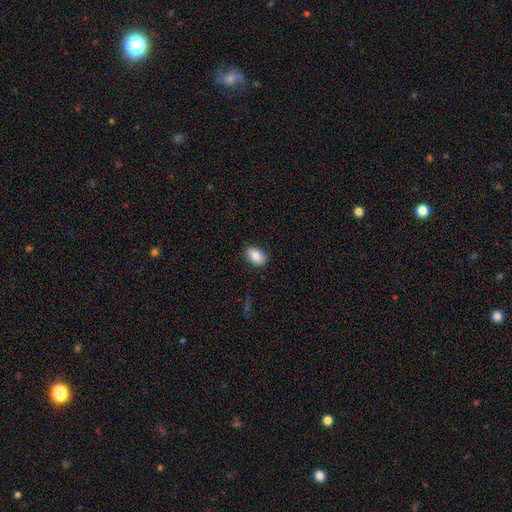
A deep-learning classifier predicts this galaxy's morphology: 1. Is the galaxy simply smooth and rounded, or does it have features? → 82% smooth, 11% featured or disk, 7% star or artifact.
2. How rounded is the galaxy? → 84% in between, 14% round, 1% cigar-shaped.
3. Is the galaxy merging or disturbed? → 86% none, 11% minor disturbance, 2% major disturbance, 1% merger.